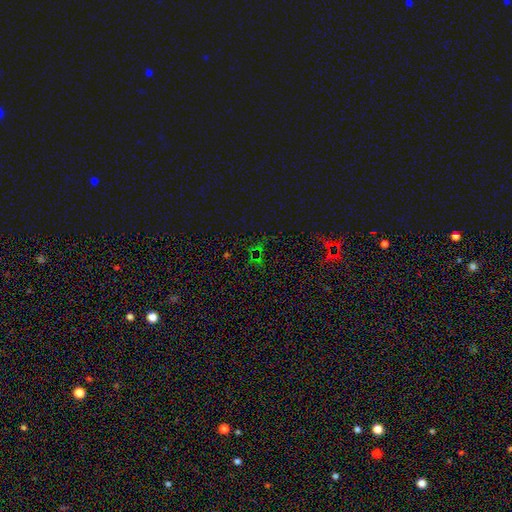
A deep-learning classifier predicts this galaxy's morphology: Smooth or featured?
  - star or artifact: 74% *
  - smooth: 17%
  - featured or disk: 9%